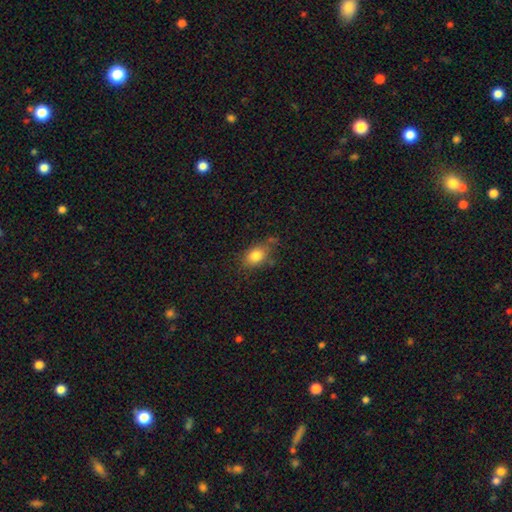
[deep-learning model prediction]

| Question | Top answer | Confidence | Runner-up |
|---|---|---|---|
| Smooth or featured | smooth | 82% | featured or disk (9%) |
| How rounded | in between | 77% | round (21%) |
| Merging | none | 67% | minor disturbance (22%) |